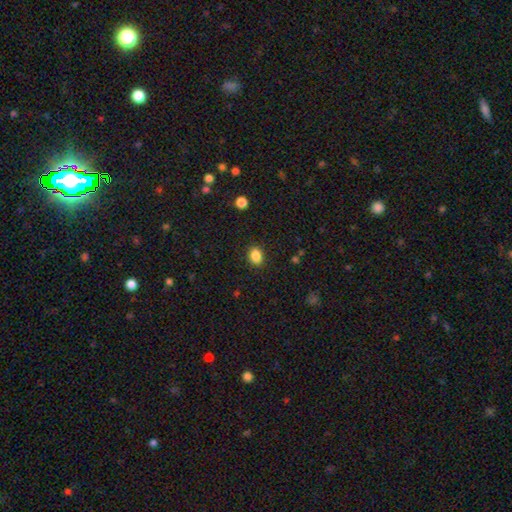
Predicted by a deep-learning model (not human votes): Morphology: type=smooth (86%); roundness=in between (56%); merging=none (88%).